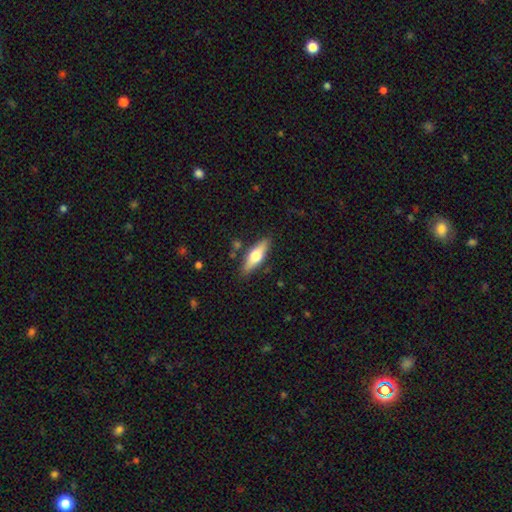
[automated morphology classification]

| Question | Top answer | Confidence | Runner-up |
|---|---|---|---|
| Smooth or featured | smooth | 53% | featured or disk (41%) |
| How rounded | cigar-shaped | 51% | in between (47%) |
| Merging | none | 84% | minor disturbance (11%) |